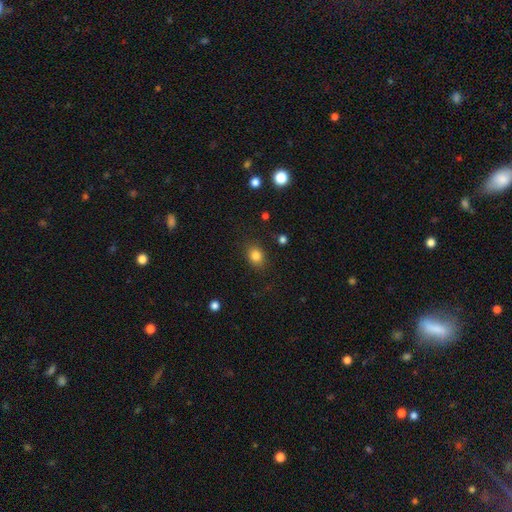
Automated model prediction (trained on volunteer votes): Smooth or featured: smooth — 82% (star or artifact — 11%)
How rounded: round — 50% (in between — 49%)
Merging: none — 86% (minor disturbance — 10%)